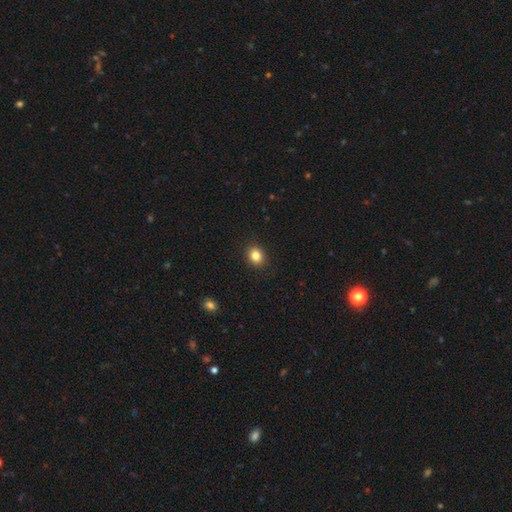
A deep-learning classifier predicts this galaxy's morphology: Smooth or featured? smooth (83%)
How rounded? round (65%)
Merging? none (90%)